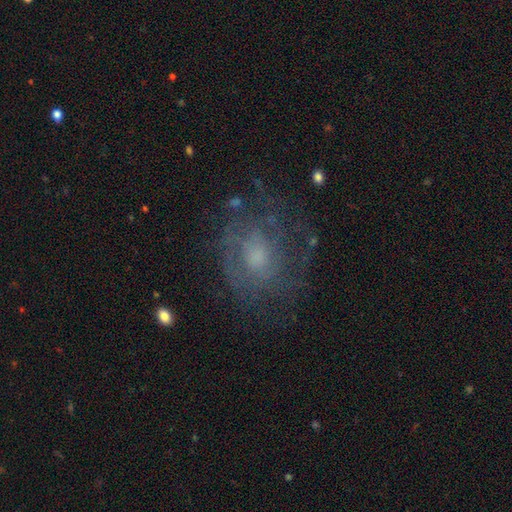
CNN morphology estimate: Q: Smooth or featured?
A: featured or disk (61%); runner-up: smooth (26%)
Q: Edge-on disk?
A: no (97%); runner-up: yes (3%)
Q: Bar?
A: no (77%); runner-up: weak (20%)
Q: Spiral arms?
A: yes (63%); runner-up: no (37%)
Q: Bulge size?
A: moderate (45%); runner-up: small (33%)
Q: Merging?
A: none (65%); runner-up: minor disturbance (18%)